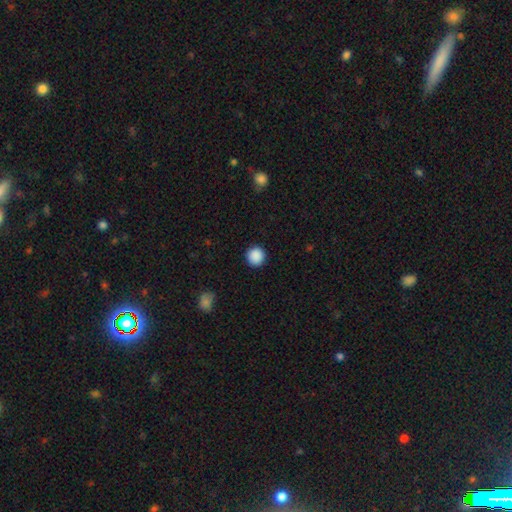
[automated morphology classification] Overall: smooth (89%). How rounded: round (95%). Merging: none (92%).